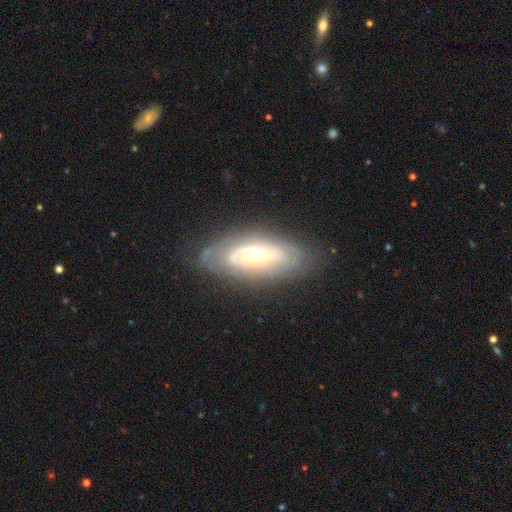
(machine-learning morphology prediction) smooth-or-featured: featured or disk: 73% | smooth: 21% | star or artifact: 6%
  disk-edge-on: no: 87% | yes: 13%
    bar: no: 71% | weak: 21% | strong: 8%
    has-spiral-arms: yes: 71% | no: 29%
    bulge-size: moderate: 52% | small: 42% | large: 5% | dominant: 1% | none: 1%
  merging: none: 74% | minor disturbance: 18% | major disturbance: 7% | merger: 2%